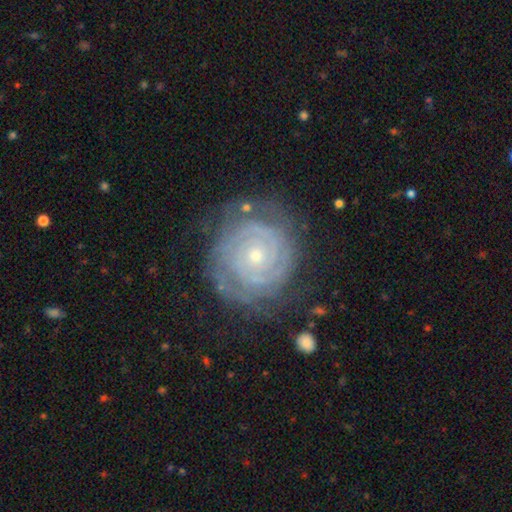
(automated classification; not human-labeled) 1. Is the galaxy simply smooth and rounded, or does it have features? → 88% featured or disk, 7% smooth, 5% star or artifact.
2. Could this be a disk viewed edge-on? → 98% no, 2% yes.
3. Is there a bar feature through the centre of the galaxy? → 79% no, 16% weak, 5% strong.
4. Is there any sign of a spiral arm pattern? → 97% yes, 3% no.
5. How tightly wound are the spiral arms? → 86% tight, 12% medium, 2% loose.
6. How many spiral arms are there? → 36% 2, 23% can't tell, 20% 3, 10% 4, 6% more than 4, 5% 1.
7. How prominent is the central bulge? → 66% small, 30% moderate, 1% large, 1% none, 1% dominant.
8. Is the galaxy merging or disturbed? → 76% none, 17% minor disturbance, 6% major disturbance, 2% merger.